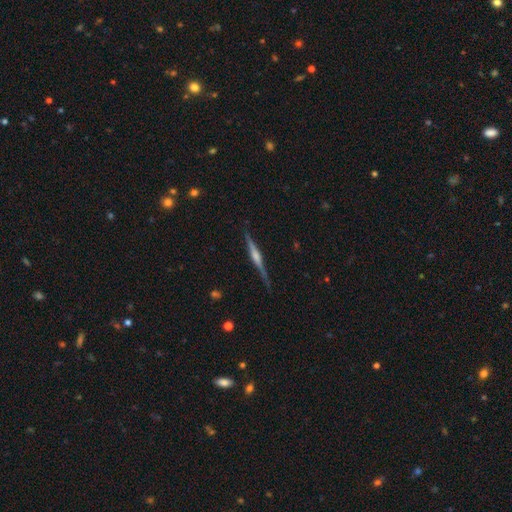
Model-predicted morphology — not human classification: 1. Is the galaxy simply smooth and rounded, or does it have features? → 75% featured or disk, 19% smooth, 6% star or artifact.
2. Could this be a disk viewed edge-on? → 98% yes, 2% no.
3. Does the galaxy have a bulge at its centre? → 65% rounded, 22% boxy, 12% none.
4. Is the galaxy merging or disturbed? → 84% none, 12% minor disturbance, 3% major disturbance, 1% merger.